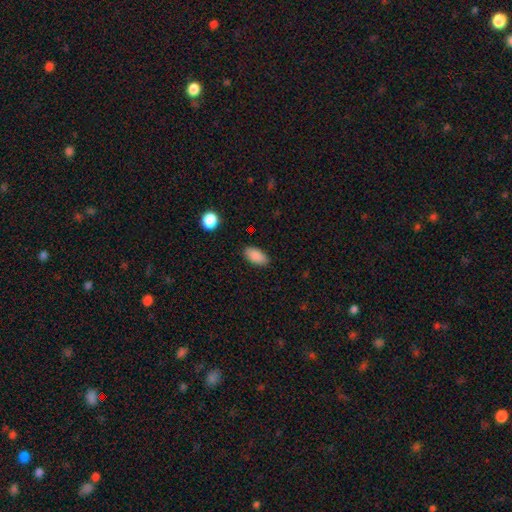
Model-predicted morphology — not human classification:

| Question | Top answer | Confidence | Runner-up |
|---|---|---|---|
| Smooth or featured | smooth | 88% | star or artifact (8%) |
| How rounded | in between | 92% | cigar-shaped (5%) |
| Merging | none | 86% | minor disturbance (10%) |